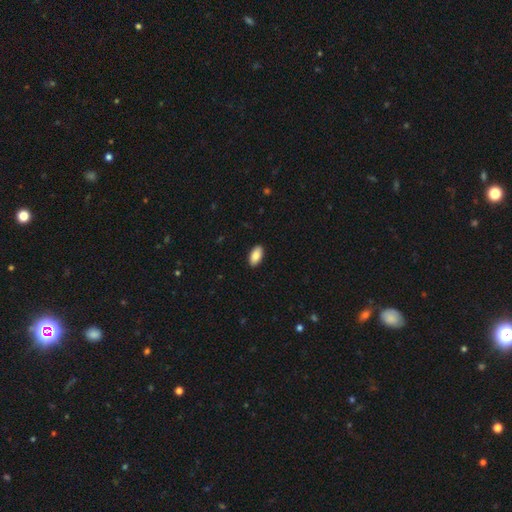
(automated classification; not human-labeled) smooth_or_featured: smooth (p=0.88) [alt: star or artifact p=0.06]
how_rounded: in between (p=0.94) [alt: cigar-shaped p=0.04]
merging: none (p=0.90) [alt: minor disturbance p=0.07]